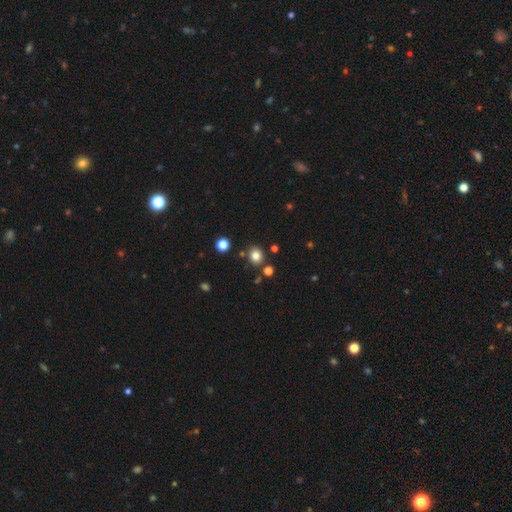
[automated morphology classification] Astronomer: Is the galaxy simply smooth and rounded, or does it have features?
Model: smooth — 81%.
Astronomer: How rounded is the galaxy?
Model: round — 75%.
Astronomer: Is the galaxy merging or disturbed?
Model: none — 83%.